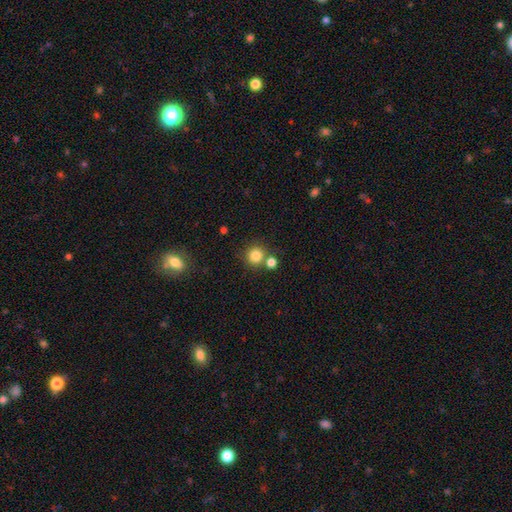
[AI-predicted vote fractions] Morphology: type=smooth (82%); roundness=round (92%); merging=none (69%).